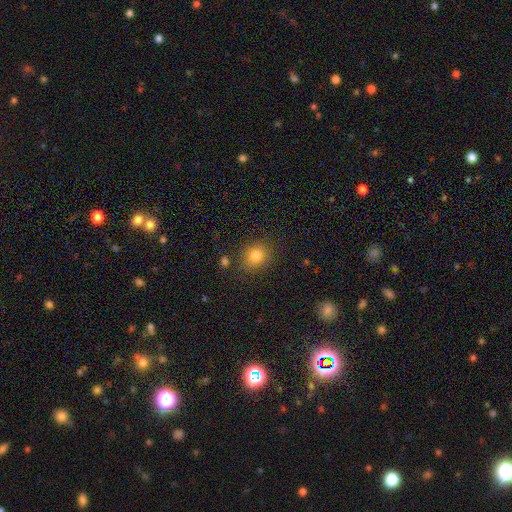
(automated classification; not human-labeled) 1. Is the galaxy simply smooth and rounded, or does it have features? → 82% smooth, 12% star or artifact, 6% featured or disk.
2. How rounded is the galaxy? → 73% round, 26% in between, 1% cigar-shaped.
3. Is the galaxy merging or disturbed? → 83% none, 11% minor disturbance, 3% major disturbance, 3% merger.